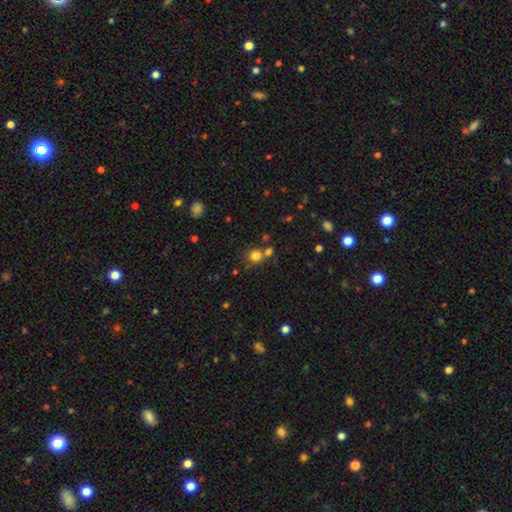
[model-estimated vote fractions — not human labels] smooth-or-featured: smooth: 78% | star or artifact: 15% | featured or disk: 7%
  how-rounded: round: 89% | in between: 10% | cigar-shaped: 1%
  merging: none: 64% | merger: 23% | minor disturbance: 9% | major disturbance: 4%